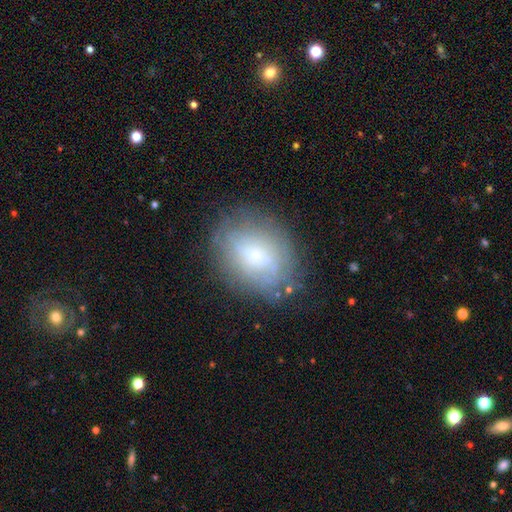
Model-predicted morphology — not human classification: A smooth galaxy with no disk features (48%). Merging: none (74%).